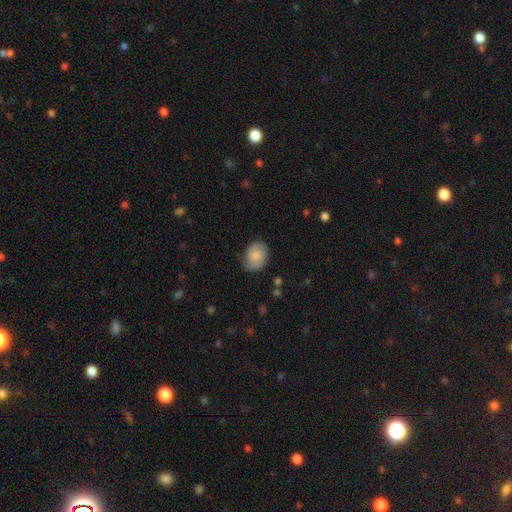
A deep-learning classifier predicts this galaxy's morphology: type=smooth (75%); roundness=in between (63%); merging=none (66%).